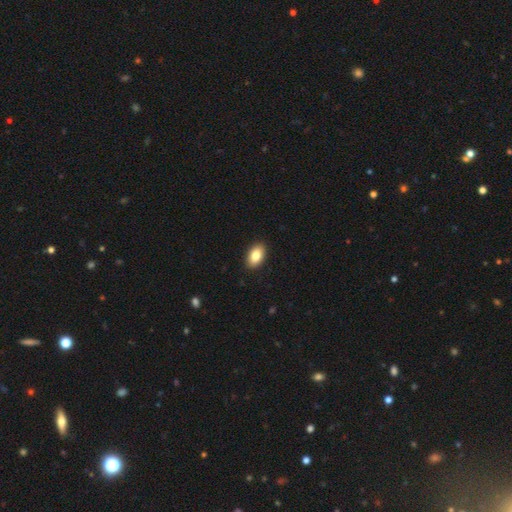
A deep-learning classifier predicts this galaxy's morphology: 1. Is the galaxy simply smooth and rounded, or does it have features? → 85% smooth, 8% featured or disk, 8% star or artifact.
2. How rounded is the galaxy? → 91% in between, 7% round, 1% cigar-shaped.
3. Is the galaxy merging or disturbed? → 91% none, 7% minor disturbance, 2% major disturbance, 1% merger.